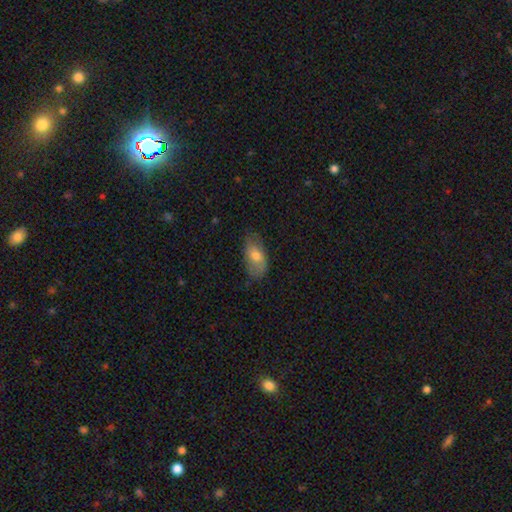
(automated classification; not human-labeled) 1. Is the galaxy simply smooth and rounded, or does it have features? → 68% smooth, 25% featured or disk, 7% star or artifact.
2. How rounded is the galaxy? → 91% in between, 5% round, 4% cigar-shaped.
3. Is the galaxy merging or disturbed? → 69% none, 24% minor disturbance, 5% major disturbance, 1% merger.